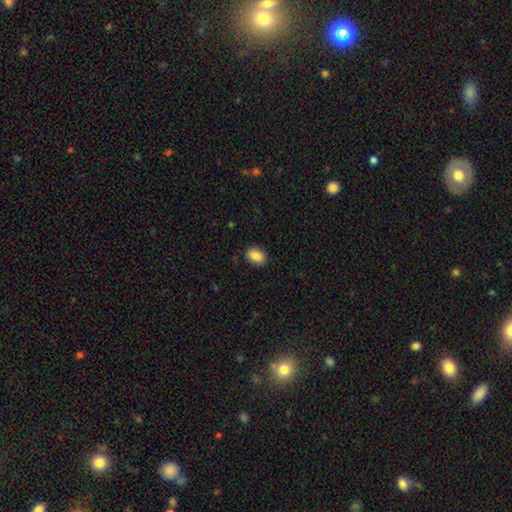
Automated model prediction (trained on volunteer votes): Smooth or featured?
  - smooth: 87% *
  - star or artifact: 8%
  - featured or disk: 5%
How rounded?
  - in between: 80% *
  - round: 19%
  - cigar-shaped: 1%
Merging?
  - none: 88% *
  - minor disturbance: 9%
  - major disturbance: 2%
  - merger: 1%